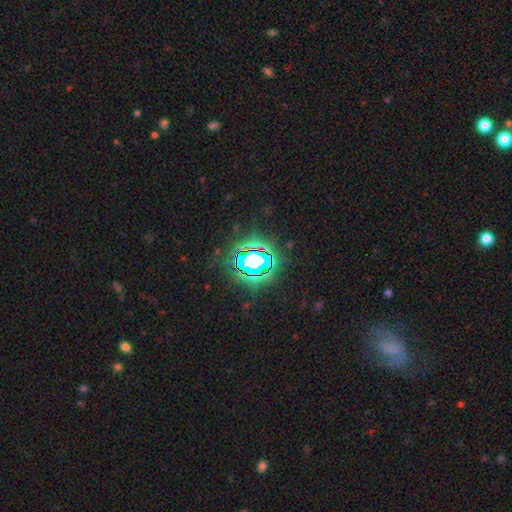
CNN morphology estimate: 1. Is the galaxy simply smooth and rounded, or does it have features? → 76% star or artifact, 13% smooth, 10% featured or disk.